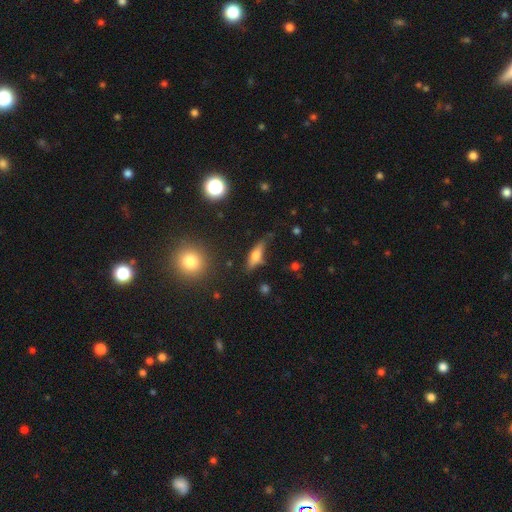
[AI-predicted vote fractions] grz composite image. It shows a smooth galaxy with no disk features (52%) that is in between round and cigar-shaped (48%). Merging: none (69%).